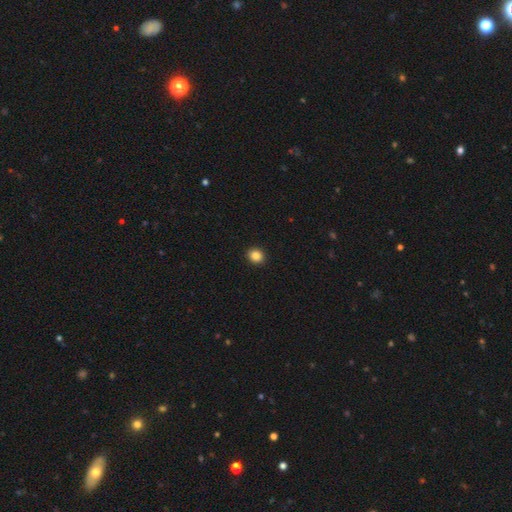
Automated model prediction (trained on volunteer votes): Smooth or featured?
  - smooth: 86% *
  - star or artifact: 10%
  - featured or disk: 4%
How rounded?
  - round: 83% *
  - in between: 16%
  - cigar-shaped: 1%
Merging?
  - none: 93% *
  - minor disturbance: 4%
  - major disturbance: 1%
  - merger: 1%